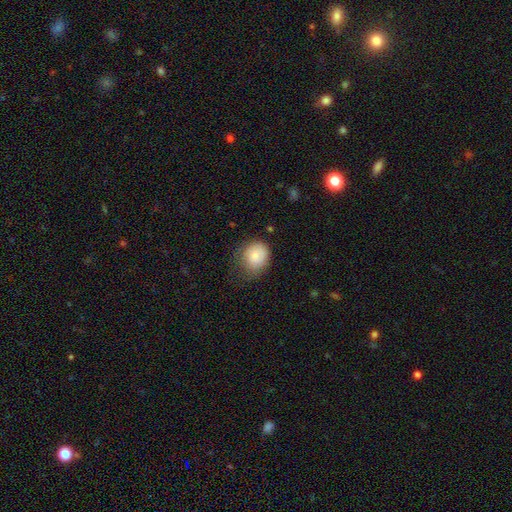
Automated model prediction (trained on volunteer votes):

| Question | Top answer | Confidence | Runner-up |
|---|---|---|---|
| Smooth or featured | smooth | 82% | featured or disk (9%) |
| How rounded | round | 71% | in between (28%) |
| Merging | none | 53% | minor disturbance (33%) |